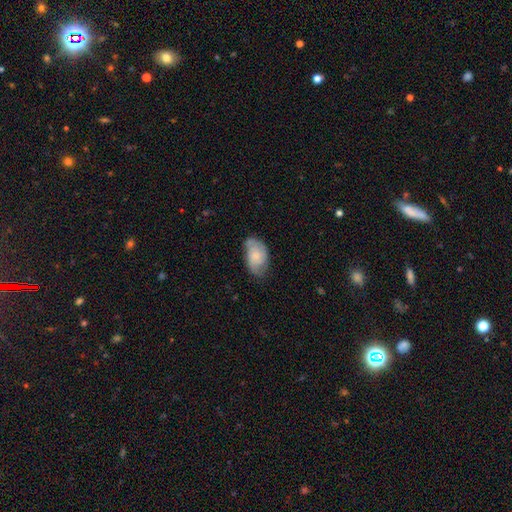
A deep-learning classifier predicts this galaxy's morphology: type=smooth (58%); roundness=in between (93%); merging=none (53%).